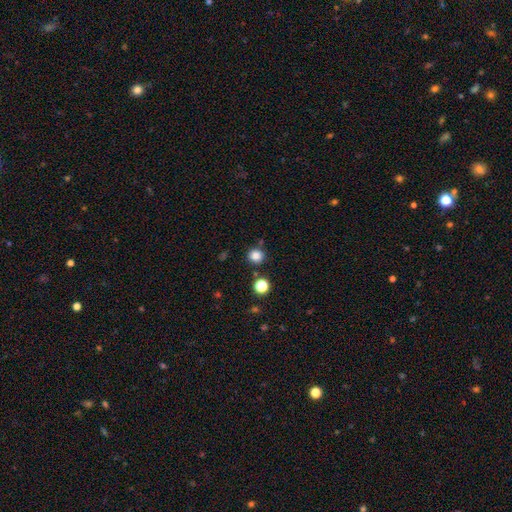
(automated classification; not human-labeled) smooth 84%, star or artifact 13%, featured or disk 3%. Down the decision tree: how rounded — round (92%); merging — none (85%).